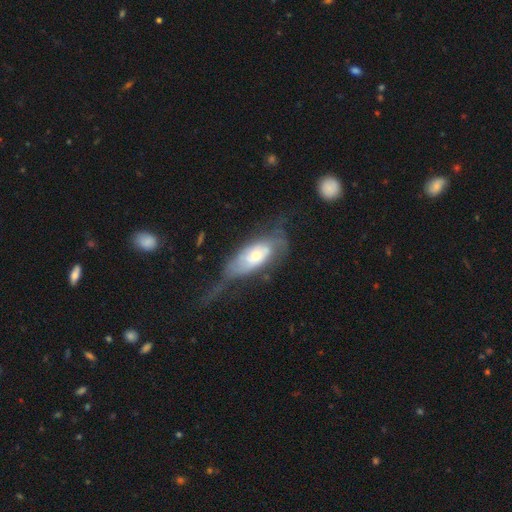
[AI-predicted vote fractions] Smooth or featured? Predicted: featured or disk (p=0.55). Edge-on disk? Predicted: no (p=0.79). Merging? Predicted: major disturbance (p=0.43).